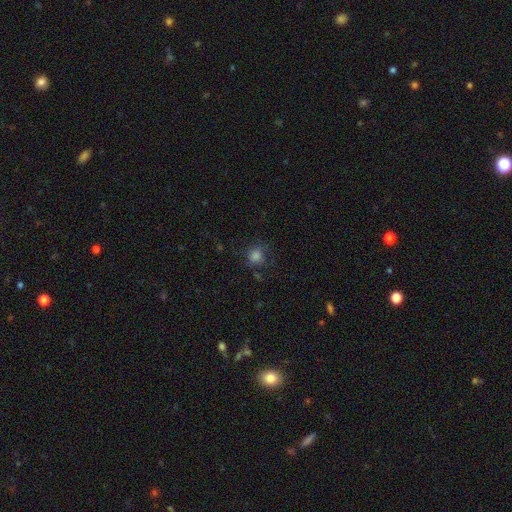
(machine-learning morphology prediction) The model was most divided on "merging": none: 66%, minor disturbance: 19%, major disturbance: 12%, merger: 2%. More confident: how rounded — round (82%); smooth or featured — smooth (73%).